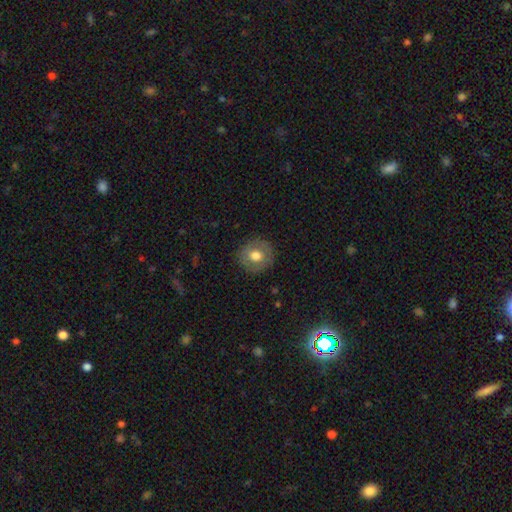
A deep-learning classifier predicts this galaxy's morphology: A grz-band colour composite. It shows a smooth galaxy with no disk features (66%) that is round (88%). Merging: none (86%).